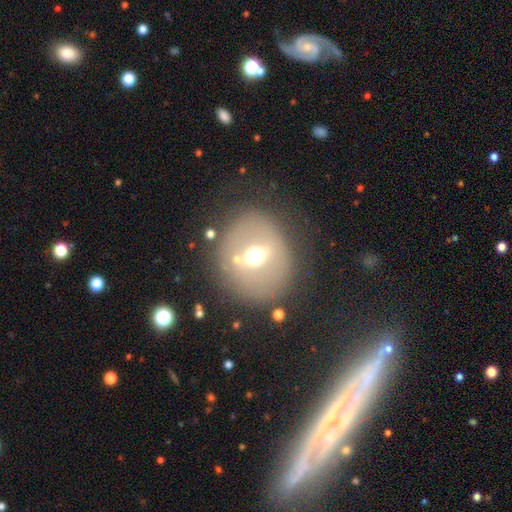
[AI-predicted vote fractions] smooth_or_featured: smooth (p=0.46) [alt: featured or disk p=0.40]
merging: none (p=0.74) [alt: minor disturbance p=0.13]